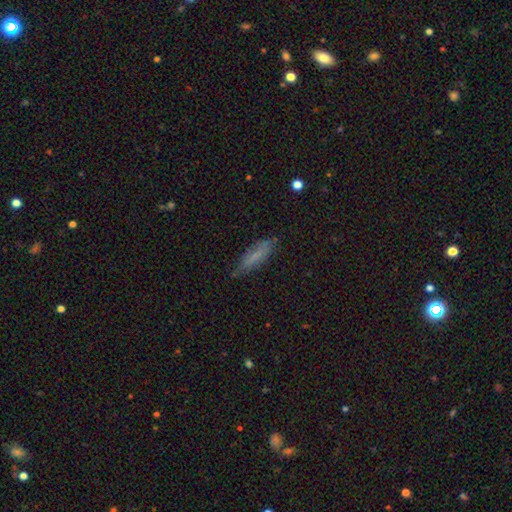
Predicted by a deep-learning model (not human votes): Smooth or featured? Predicted: smooth (p=0.69). How rounded? Predicted: cigar-shaped (p=0.69). Merging? Predicted: none (p=0.76).